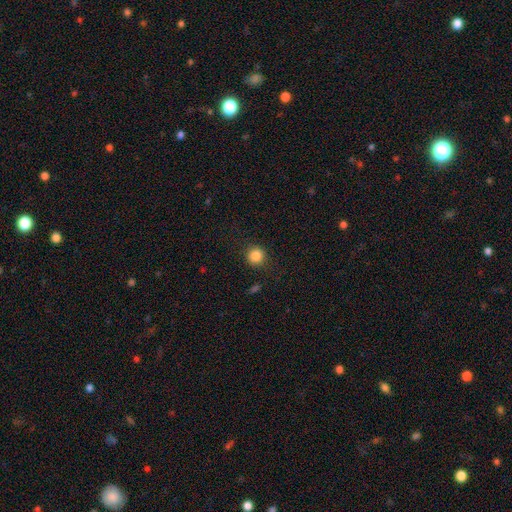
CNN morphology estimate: Smooth or featured? smooth (85%)
How rounded? round (93%)
Merging? none (88%)